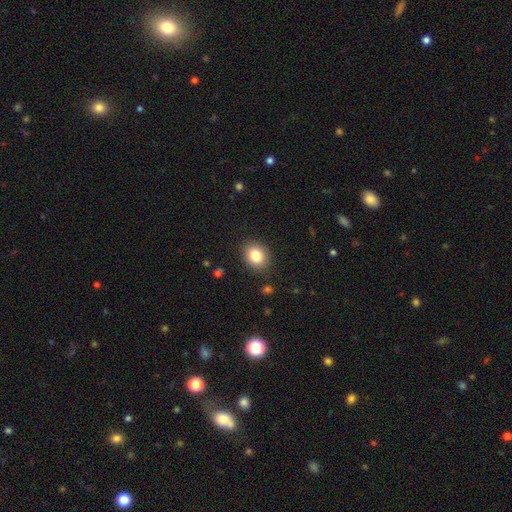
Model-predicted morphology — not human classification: Q: Smooth or featured?
A: smooth (82%); runner-up: star or artifact (10%)
Q: How rounded?
A: round (57%); runner-up: in between (42%)
Q: Merging?
A: none (88%); runner-up: minor disturbance (9%)